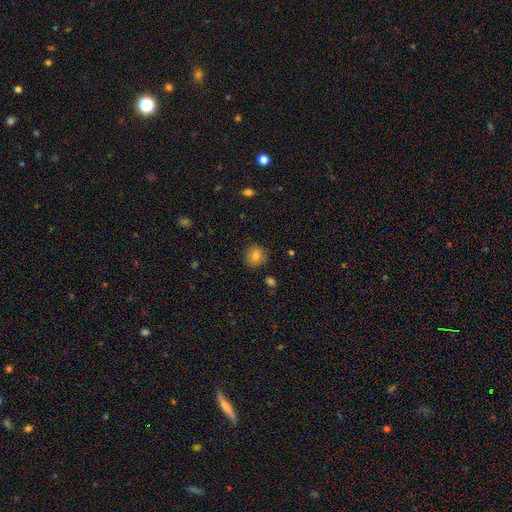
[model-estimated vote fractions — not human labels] smooth 81%, star or artifact 10%, featured or disk 8%. Down the decision tree: how rounded — round (88%); merging — none (88%).